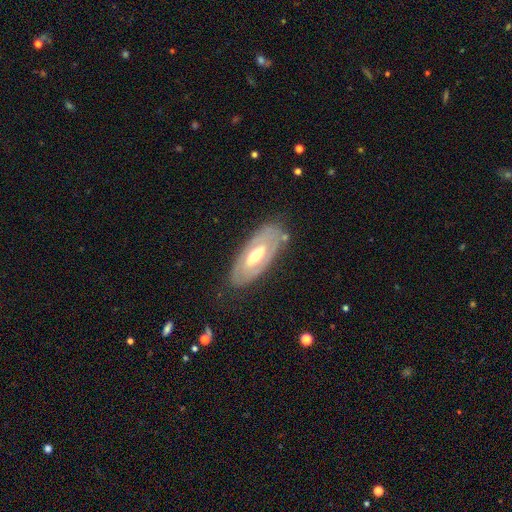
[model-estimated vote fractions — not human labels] Smooth or featured?
  - featured or disk: 67% *
  - smooth: 28%
  - star or artifact: 5%
Edge-on disk?
  - no: 84% *
  - yes: 16%
Bar?
  - no: 52% *
  - weak: 31%
  - strong: 17%
Spiral arms?
  - no: 63% *
  - yes: 37%
Bulge size?
  - moderate: 69% *
  - small: 18%
  - large: 10%
  - dominant: 1%
  - none: 1%
Merging?
  - none: 79% *
  - minor disturbance: 14%
  - major disturbance: 5%
  - merger: 2%